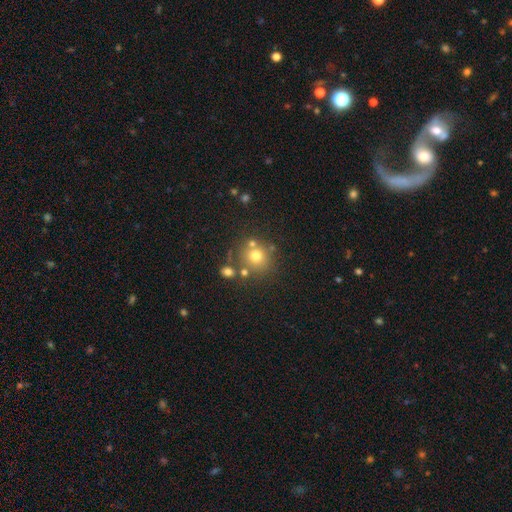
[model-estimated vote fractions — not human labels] Overall: smooth (70%). How rounded: round (87%). Merging: none (67%).